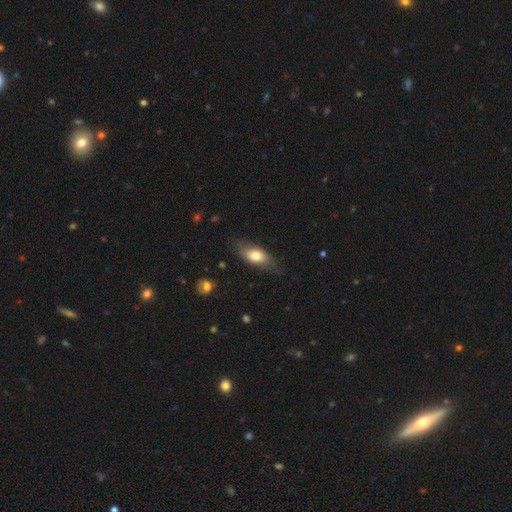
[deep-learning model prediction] A smooth galaxy with no disk features (73%) that is in between round and cigar-shaped (85%). Merging: none (69%).